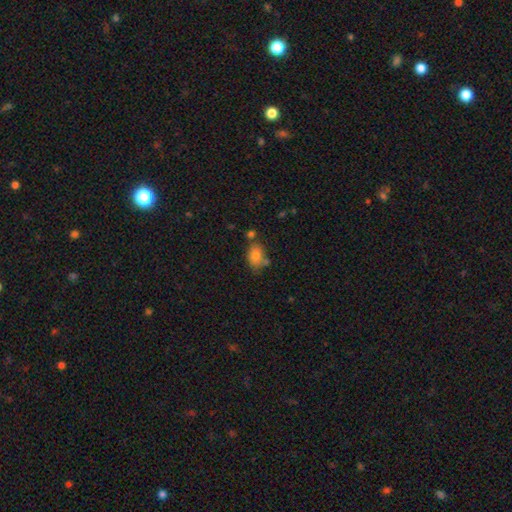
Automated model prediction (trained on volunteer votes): Q: Smooth or featured?
A: smooth (81%); runner-up: star or artifact (11%)
Q: How rounded?
A: in between (78%); runner-up: round (20%)
Q: Merging?
A: none (62%); runner-up: minor disturbance (18%)